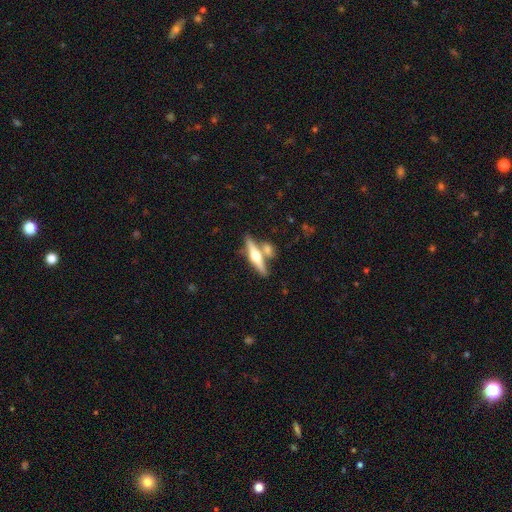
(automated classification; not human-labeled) Smooth or featured: featured or disk — 65% (smooth — 29%)
Edge-on disk: yes — 95% (no — 5%)
Edge-on bulge: rounded — 94% (boxy — 4%)
Merging: none — 64% (merger — 24%)